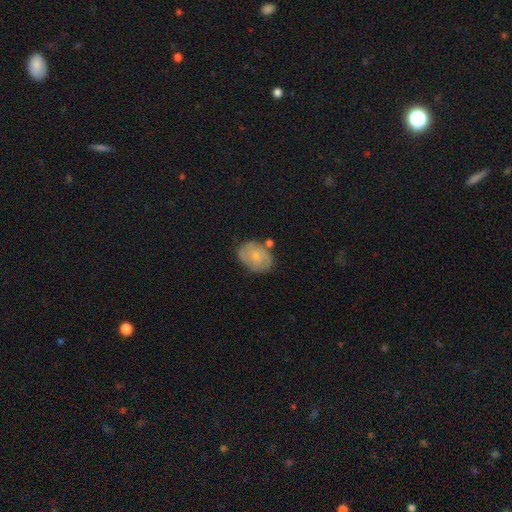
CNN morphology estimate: Smooth or featured? Predicted: featured or disk (p=0.47). Merging? Predicted: none (p=0.66).